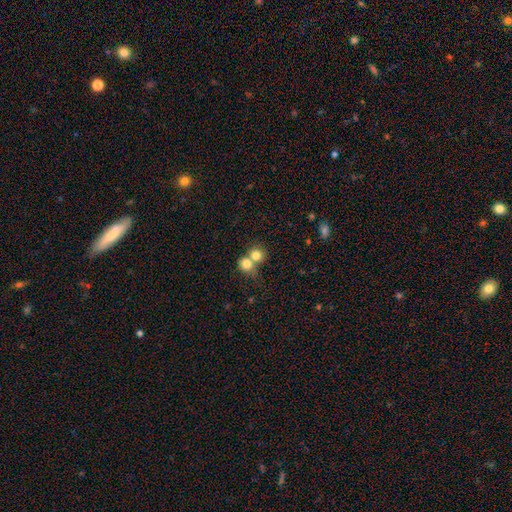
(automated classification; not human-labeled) Smooth or featured? Predicted: smooth (p=0.78). How rounded? Predicted: round (p=0.84). Merging? Predicted: merger (p=0.58).